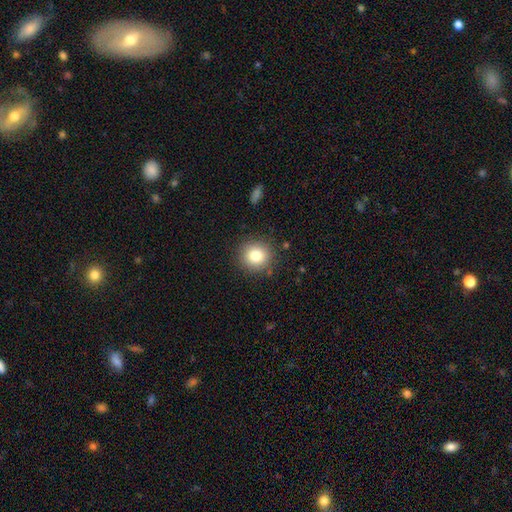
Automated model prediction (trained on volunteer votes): Morphology: type=smooth (80%); roundness=round (91%); merging=none (88%).